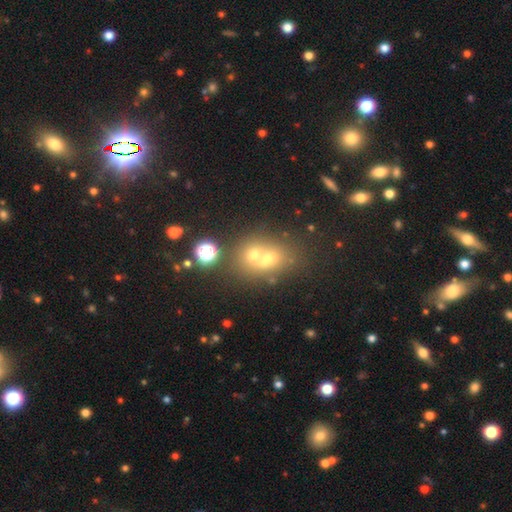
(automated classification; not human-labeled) Smooth or featured?
  - smooth: 55% *
  - featured or disk: 25%
  - star or artifact: 20%
How rounded?
  - round: 55% *
  - in between: 43%
  - cigar-shaped: 2%
Merging?
  - merger: 59% *
  - none: 29%
  - minor disturbance: 7%
  - major disturbance: 5%